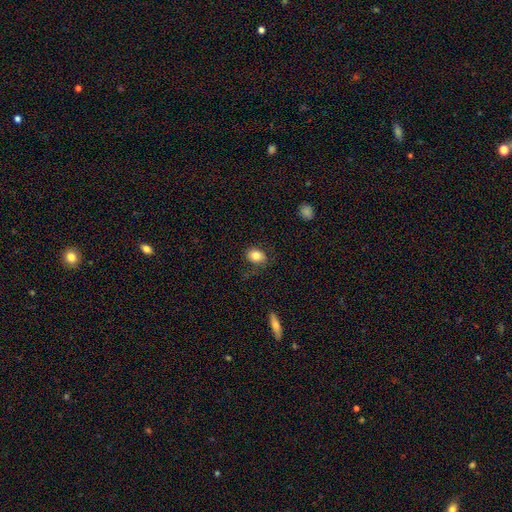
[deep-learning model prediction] This appears to be a smooth galaxy with no disk features (82%) that is in between round and cigar-shaped (56%). Merging: none (80%).